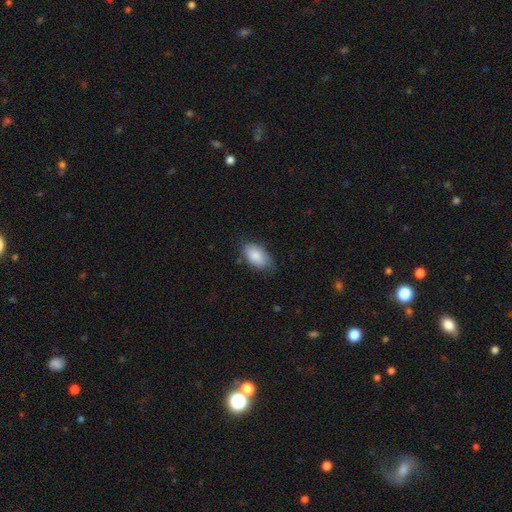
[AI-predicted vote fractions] Smooth or featured? Predicted: smooth (p=0.86). How rounded? Predicted: in between (p=0.93). Merging? Predicted: none (p=0.70).